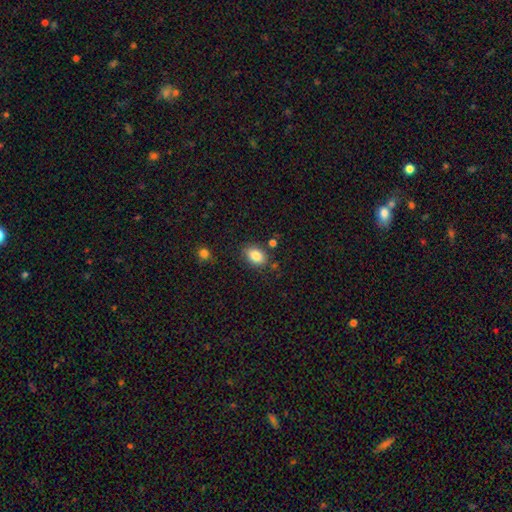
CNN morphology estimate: A smooth galaxy with no disk features (85%) that is in between round and cigar-shaped (83%). Merging: none (79%).